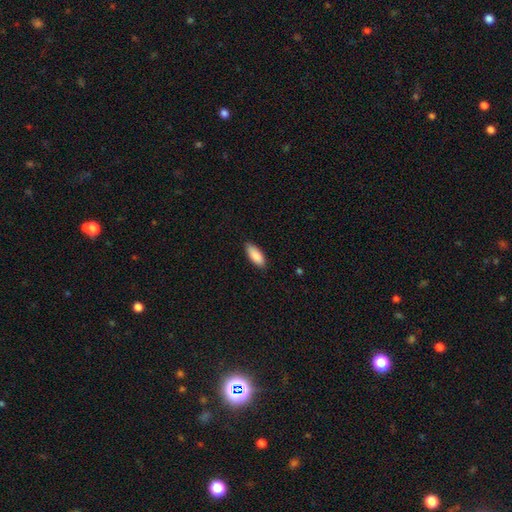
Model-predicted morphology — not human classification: Q: Smooth or featured?
A: smooth (89%); runner-up: star or artifact (6%)
Q: How rounded?
A: in between (80%); runner-up: cigar-shaped (18%)
Q: Merging?
A: none (85%); runner-up: minor disturbance (12%)